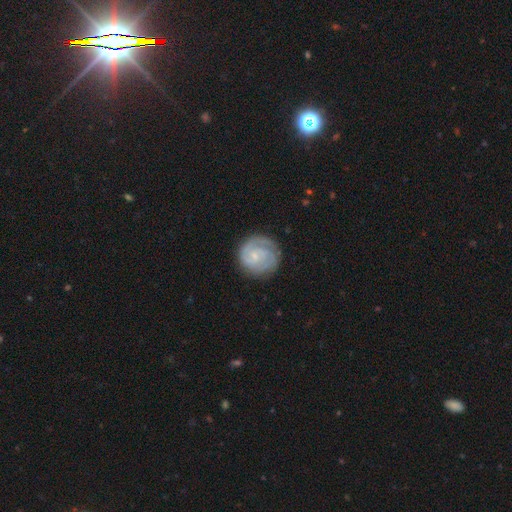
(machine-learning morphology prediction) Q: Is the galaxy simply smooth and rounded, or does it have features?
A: featured or disk — 76%.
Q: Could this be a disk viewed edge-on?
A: no — 98%.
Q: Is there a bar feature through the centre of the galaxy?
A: no — 62%.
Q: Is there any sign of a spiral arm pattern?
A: yes — 94%.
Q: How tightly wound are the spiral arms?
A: tight — 66%.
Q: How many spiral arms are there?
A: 2 — 42%.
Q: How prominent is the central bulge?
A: small — 71%.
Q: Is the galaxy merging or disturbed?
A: none — 77%.